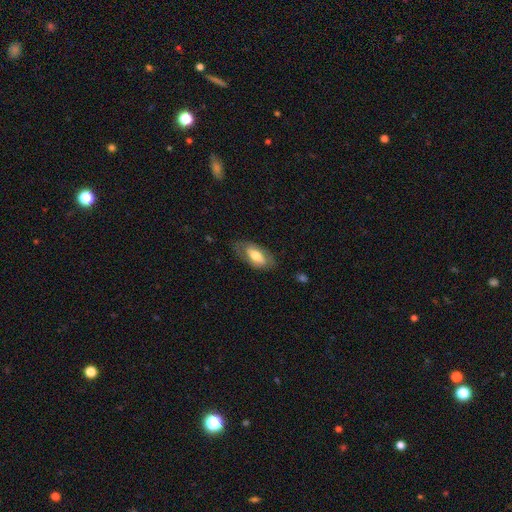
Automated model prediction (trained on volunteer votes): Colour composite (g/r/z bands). It shows a smooth galaxy with no disk features (53%) that is in between round and cigar-shaped (89%). Merging: none (71%).